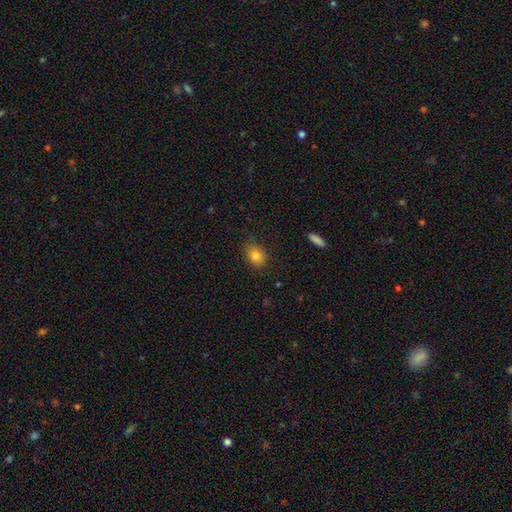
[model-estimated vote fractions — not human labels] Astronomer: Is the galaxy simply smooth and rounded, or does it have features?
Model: smooth — 82%.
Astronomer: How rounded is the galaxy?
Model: in between — 59% (runner-up: round, 40%).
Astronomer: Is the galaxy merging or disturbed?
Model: none — 83%.